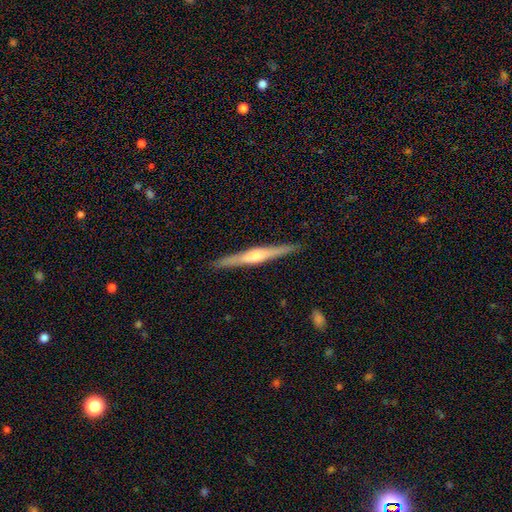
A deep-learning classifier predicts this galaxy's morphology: Smooth or featured: featured or disk — 76% (smooth — 19%)
Edge-on disk: yes — 98% (no — 2%)
Edge-on bulge: rounded — 81% (boxy — 10%)
Merging: none — 91% (minor disturbance — 6%)